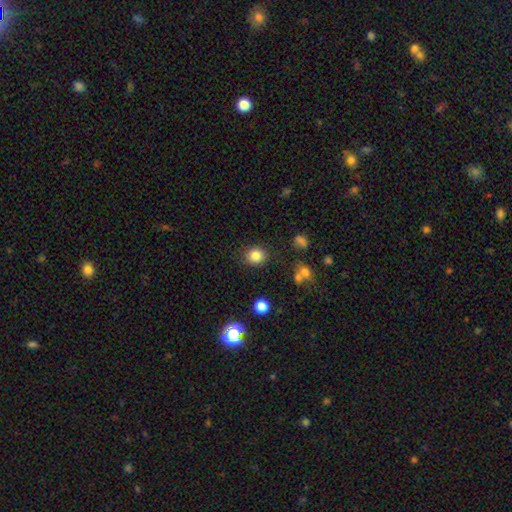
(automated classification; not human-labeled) Morphology: type=smooth (83%); roundness=round (84%); merging=none (86%).